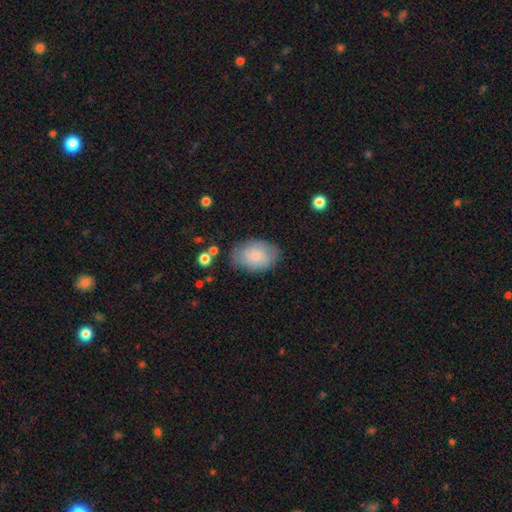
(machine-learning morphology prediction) Smooth or featured? smooth (75%)
How rounded? in between (84%)
Merging? none (69%)